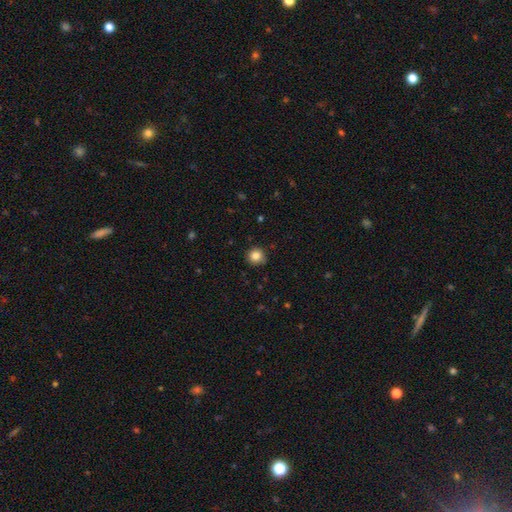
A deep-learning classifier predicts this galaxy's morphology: Q: Smooth or featured?
A: smooth (84%); runner-up: star or artifact (11%)
Q: How rounded?
A: round (93%); runner-up: in between (6%)
Q: Merging?
A: none (86%); runner-up: minor disturbance (10%)